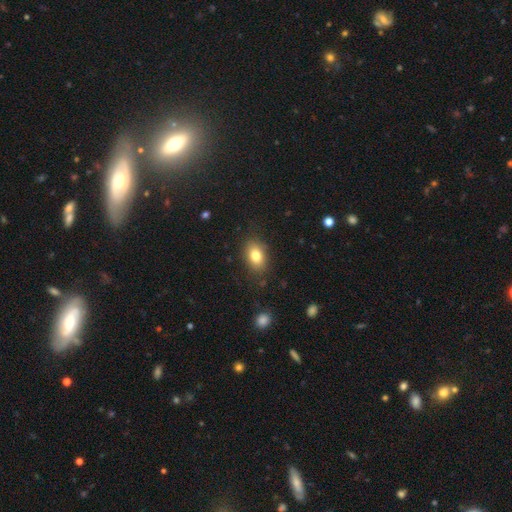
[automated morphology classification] This appears to be a smooth galaxy with no disk features (79%) that is in between round and cigar-shaped (81%). Merging: none (83%).